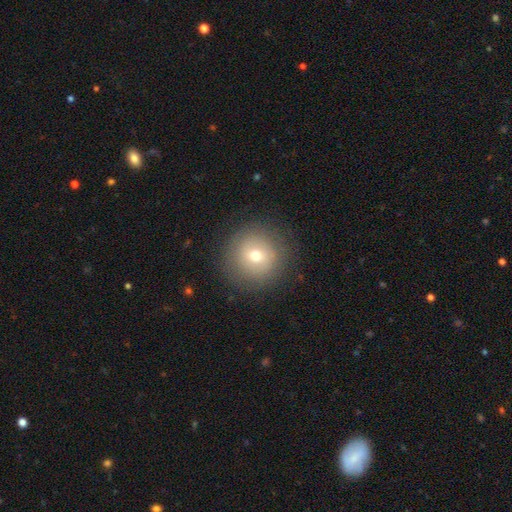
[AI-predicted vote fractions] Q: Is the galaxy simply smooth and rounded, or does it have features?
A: smooth — 68%.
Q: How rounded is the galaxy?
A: round — 95%.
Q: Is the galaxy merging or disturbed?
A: none — 87%.